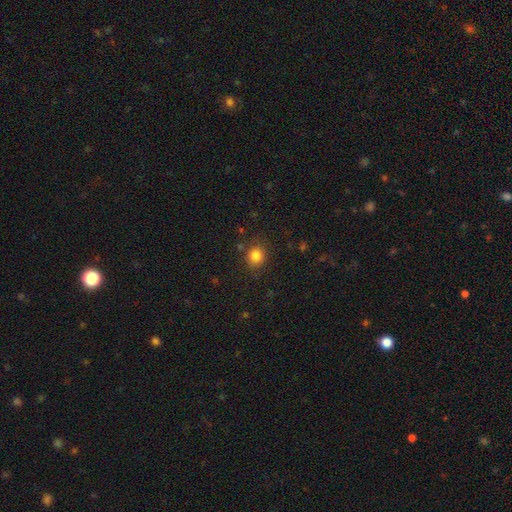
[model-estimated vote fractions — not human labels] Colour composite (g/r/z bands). It shows a smooth galaxy with no disk features (83%) that is round (81%). Merging: none (83%).